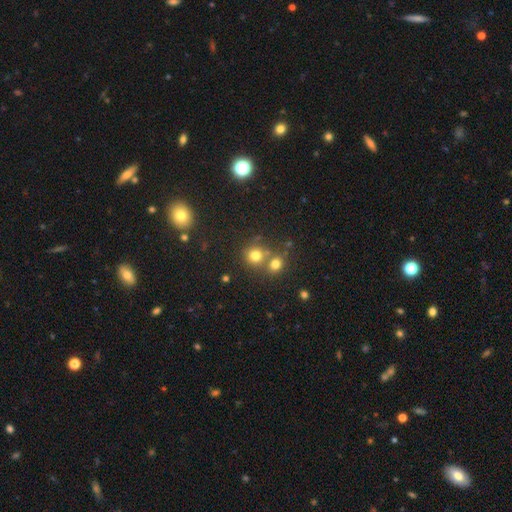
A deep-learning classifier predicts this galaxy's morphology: smooth 75%, star or artifact 17%, featured or disk 9%. Down the decision tree: how rounded — round (85%); merging — none (55%).